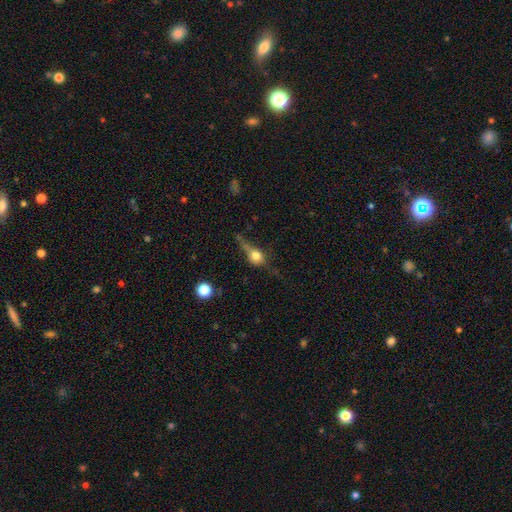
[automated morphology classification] smooth_or_featured: smooth (p=0.49) [alt: featured or disk p=0.37]
merging: none (p=0.45) [alt: minor disturbance p=0.24]